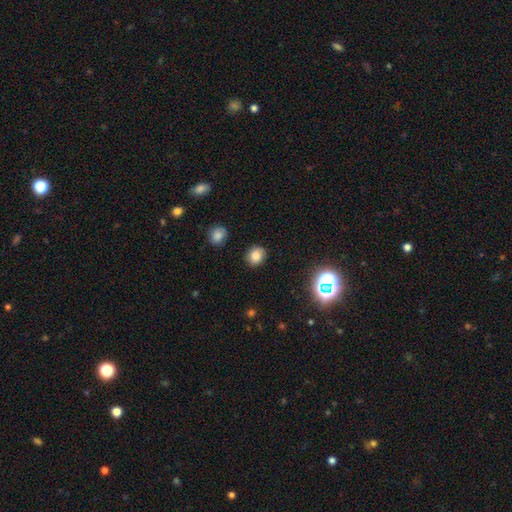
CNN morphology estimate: A smooth galaxy with no disk features (80%) that is round (66%).

Vote fractions:
- Smooth or featured? smooth: 80% / star or artifact: 13% / featured or disk: 7%
- How rounded? round: 66% / in between: 33% / cigar-shaped: 1%
- Merging? none: 84% / minor disturbance: 12% / major disturbance: 3% / merger: 2%